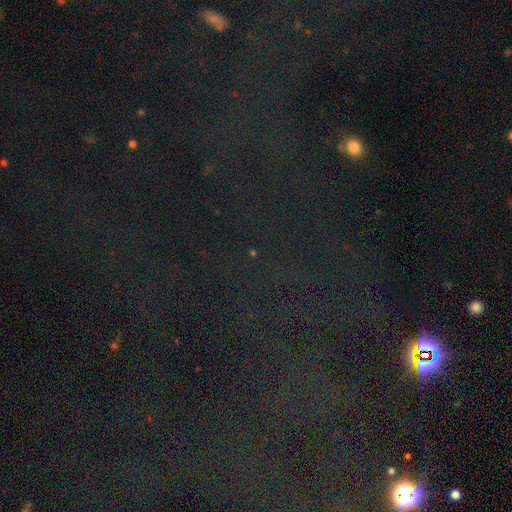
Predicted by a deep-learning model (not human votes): This appears to be a star or artifact, not a galaxy (81%).